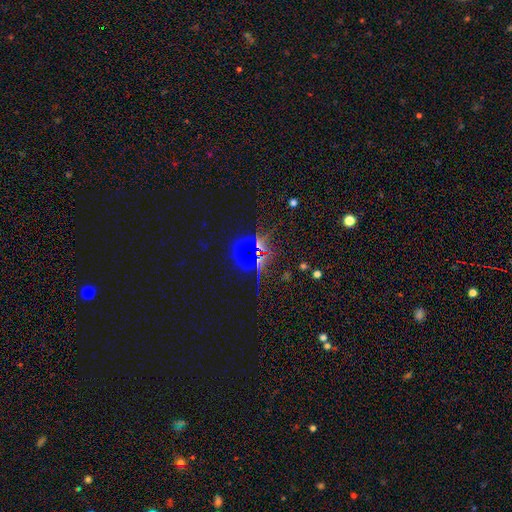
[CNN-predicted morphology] star or artifact 72%, smooth 18%, featured or disk 10%.